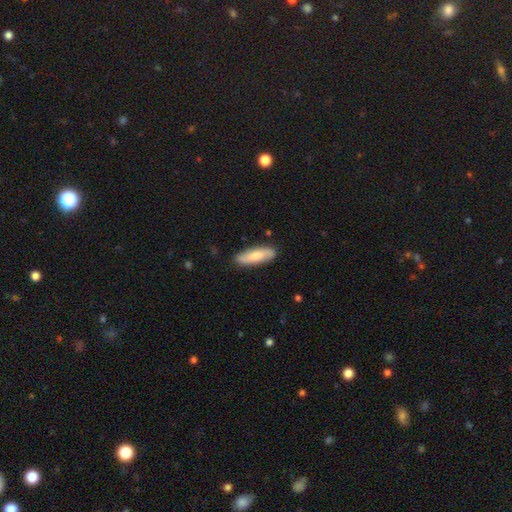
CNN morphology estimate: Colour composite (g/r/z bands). It shows a smooth galaxy with no disk features (68%) that is in between round and cigar-shaped (50%). Merging: none (85%).